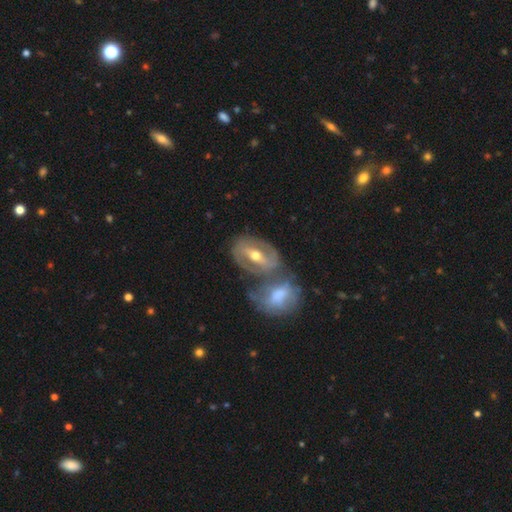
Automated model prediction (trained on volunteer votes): This appears to be a featured or disk galaxy (76%) with a strong bar (54%), spiral arms (70%) and a moderate central bulge (72%). Merging: merger (42%).